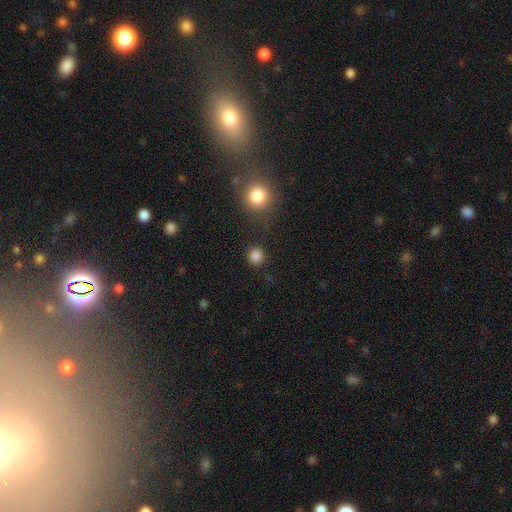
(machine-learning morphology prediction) This is clearly a smooth galaxy (84%). How rounded: clearly round (91%). Merging: clearly none (87%).